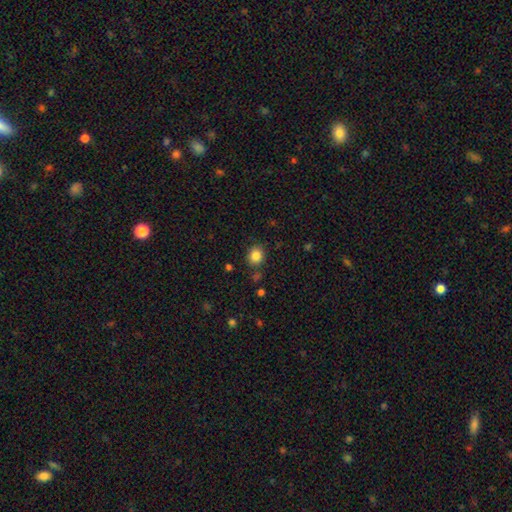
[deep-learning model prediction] Smooth or featured: smooth — 85% (star or artifact — 11%)
How rounded: round — 75% (in between — 25%)
Merging: none — 83% (minor disturbance — 10%)